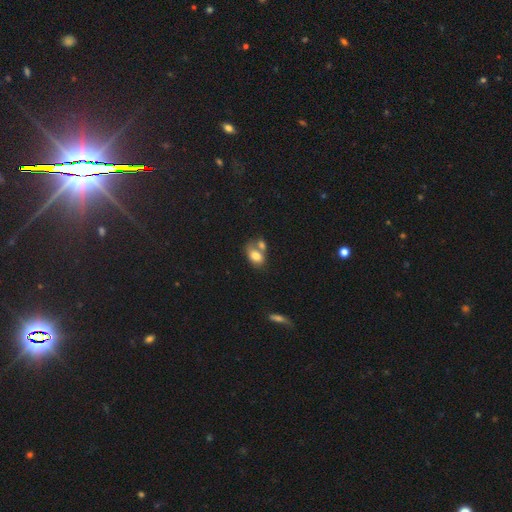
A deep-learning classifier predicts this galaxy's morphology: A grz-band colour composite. It shows a smooth galaxy with no disk features (77%) that is in between round and cigar-shaped (80%). Merging: merger (52%).